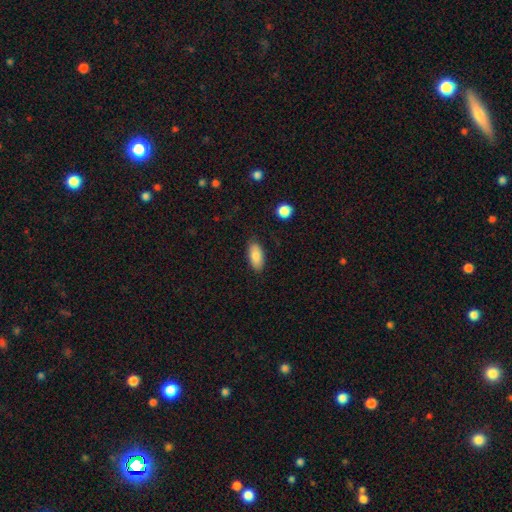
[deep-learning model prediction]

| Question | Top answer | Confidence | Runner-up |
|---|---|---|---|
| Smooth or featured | smooth | 85% | featured or disk (8%) |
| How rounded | in between | 89% | cigar-shaped (8%) |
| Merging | none | 85% | minor disturbance (11%) |